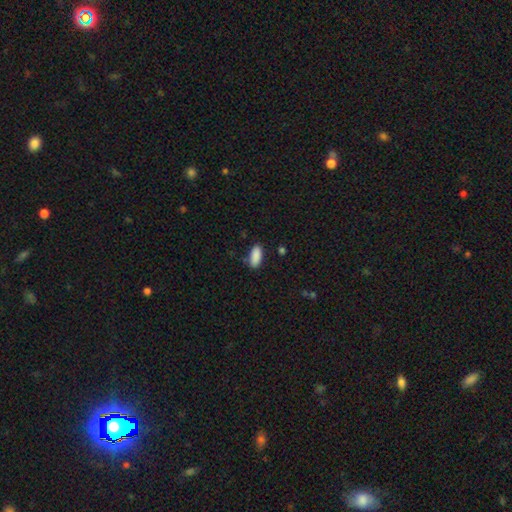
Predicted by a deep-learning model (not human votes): smooth 90%, star or artifact 7%, featured or disk 3%. Down the decision tree: how rounded — in between (86%); merging — none (82%).